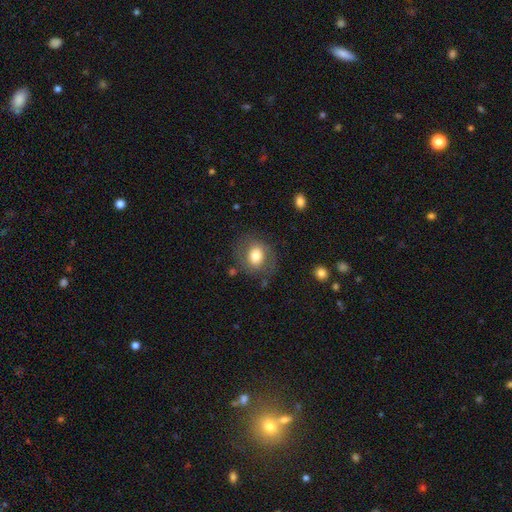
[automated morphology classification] This appears to be a smooth galaxy with no disk features (66%) that is round (64%). Merging: none (74%).